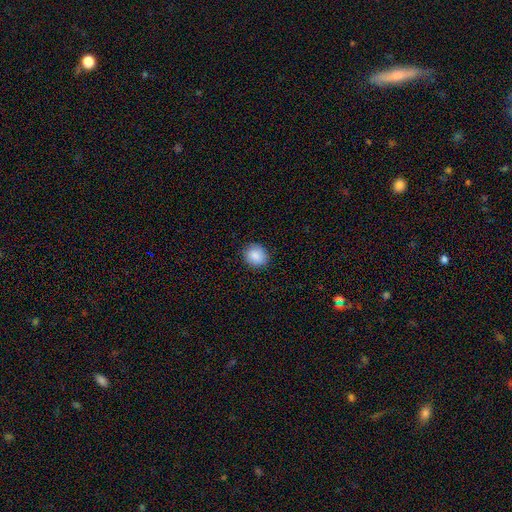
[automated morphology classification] Smooth or featured: smooth — 87% (star or artifact — 8%)
How rounded: round — 77% (in between — 22%)
Merging: none — 89% (minor disturbance — 8%)